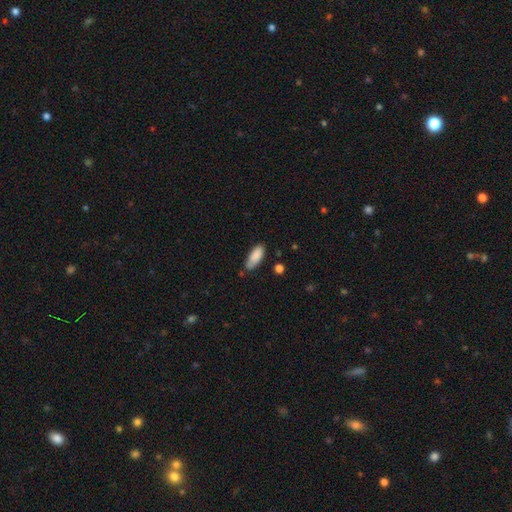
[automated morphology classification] smooth_or_featured: smooth (p=0.86) [alt: featured or disk p=0.07]
how_rounded: in between (p=0.78) [alt: cigar-shaped p=0.20]
merging: none (p=0.67) [alt: minor disturbance p=0.25]